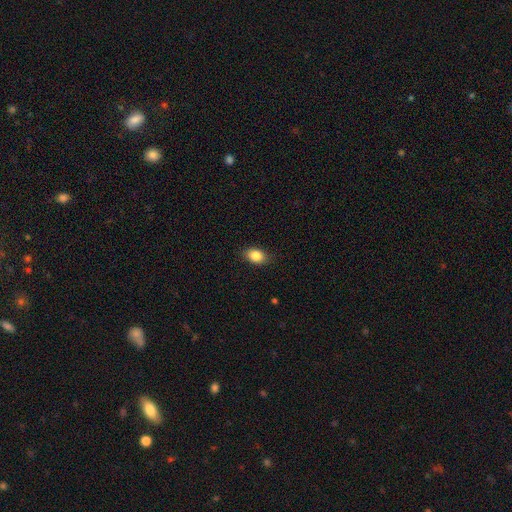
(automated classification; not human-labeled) Overall: smooth (85%). How rounded: in between (78%). Merging: none (85%).